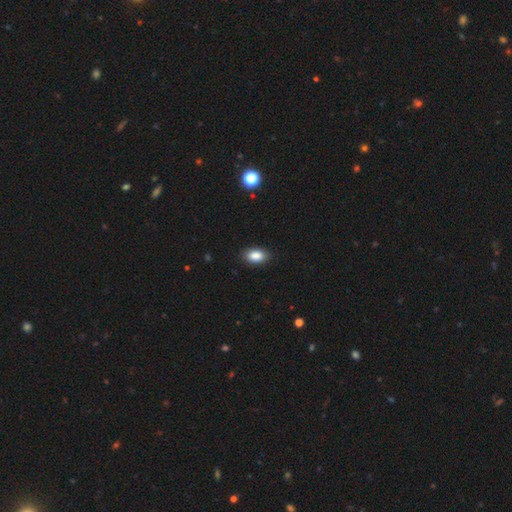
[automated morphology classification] A smooth galaxy with no disk features (87%) that is in between round and cigar-shaped (91%).

Vote fractions:
- Smooth or featured? smooth: 87% / star or artifact: 8% / featured or disk: 4%
- How rounded? in between: 91% / round: 7% / cigar-shaped: 2%
- Merging? none: 88% / minor disturbance: 9% / major disturbance: 2% / merger: 1%